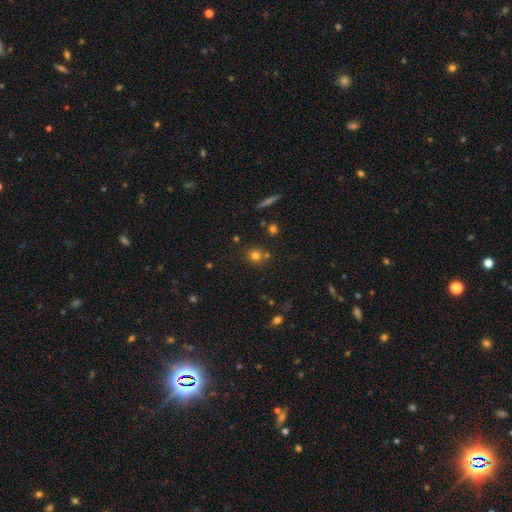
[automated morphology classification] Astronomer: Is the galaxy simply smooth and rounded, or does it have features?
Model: smooth — 73%.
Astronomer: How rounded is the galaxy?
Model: round — 87%.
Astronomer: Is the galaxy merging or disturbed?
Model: none — 74%.